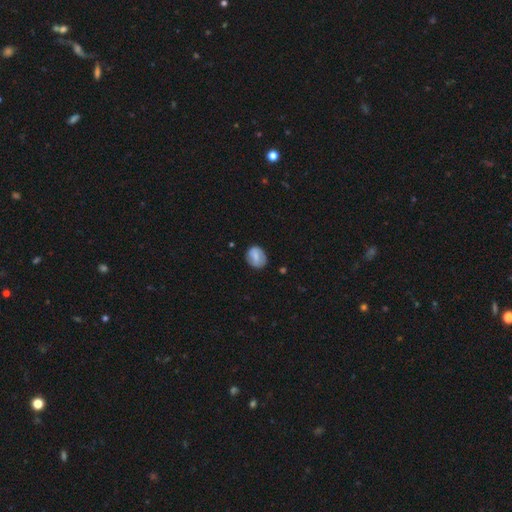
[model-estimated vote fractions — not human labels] smooth 64%, featured or disk 29%, star or artifact 7%. Down the decision tree: how rounded — round (53%); merging — none (77%).